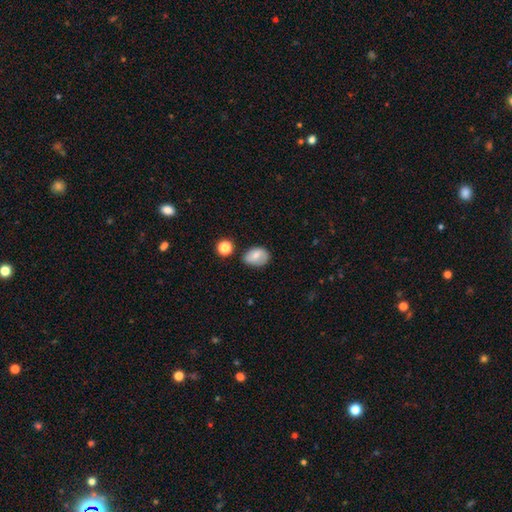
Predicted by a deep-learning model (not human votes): A smooth galaxy with no disk features (67%) that is in between round and cigar-shaped (71%).

Vote fractions:
- Smooth or featured? smooth: 67% / featured or disk: 24% / star or artifact: 9%
- How rounded? in between: 71% / round: 28% / cigar-shaped: 1%
- Merging? none: 68% / minor disturbance: 22% / major disturbance: 6% / merger: 4%